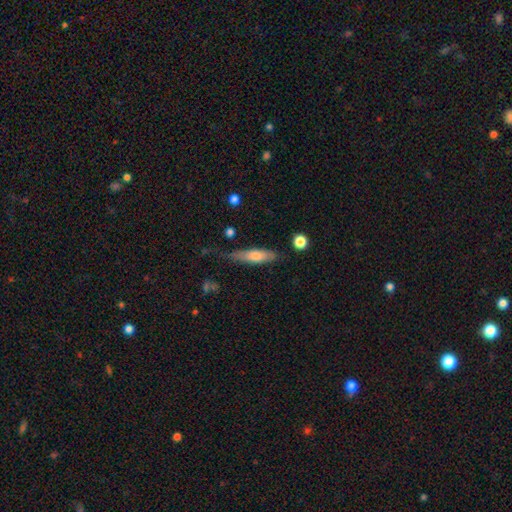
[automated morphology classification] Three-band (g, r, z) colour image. It shows a smooth galaxy with no disk features (66%) that is cigar-shaped (69%). Merging: none (58%).